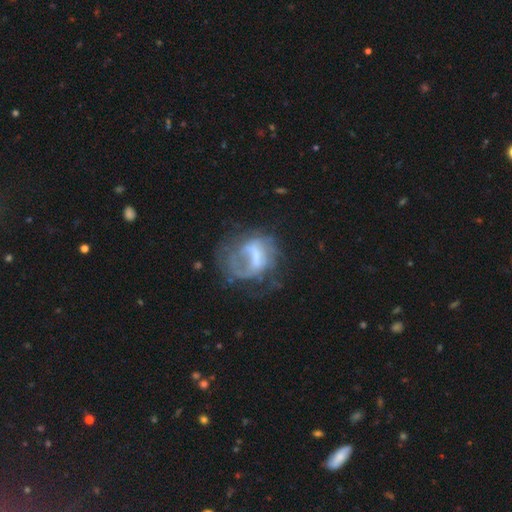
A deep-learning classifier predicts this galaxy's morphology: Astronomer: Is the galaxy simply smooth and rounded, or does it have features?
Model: featured or disk — 65%.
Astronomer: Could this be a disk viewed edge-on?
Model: no — 97%.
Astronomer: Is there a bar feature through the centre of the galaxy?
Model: weak — 42% (runner-up: no, 35%).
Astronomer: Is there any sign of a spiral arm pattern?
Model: no — 50%, tied with yes at 50%.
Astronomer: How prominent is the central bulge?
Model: none — 34% (runner-up: moderate, 28%).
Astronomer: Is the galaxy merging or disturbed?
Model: major disturbance — 39% (runner-up: none, 37%).